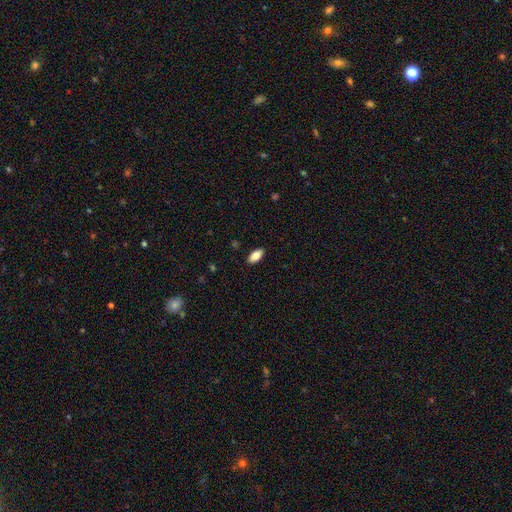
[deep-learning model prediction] Smooth or featured: smooth — 84% (featured or disk — 9%)
How rounded: in between — 90% (cigar-shaped — 8%)
Merging: none — 89% (minor disturbance — 8%)